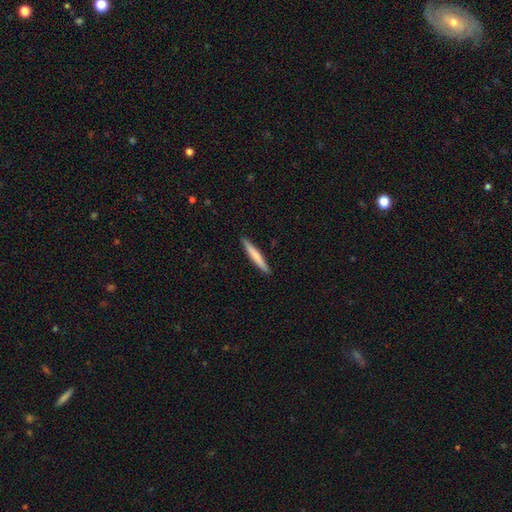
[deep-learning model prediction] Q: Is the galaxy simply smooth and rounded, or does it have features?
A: smooth — 70%.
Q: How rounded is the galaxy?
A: cigar-shaped — 95%.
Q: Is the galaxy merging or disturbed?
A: none — 92%.